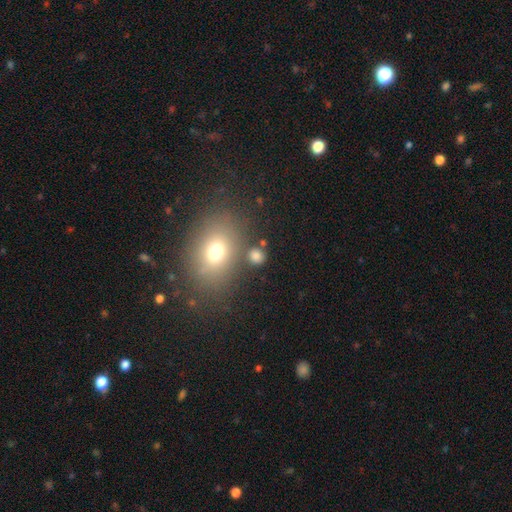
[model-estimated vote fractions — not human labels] Smooth or featured? smooth (77%)
How rounded? round (74%)
Merging? none (76%)